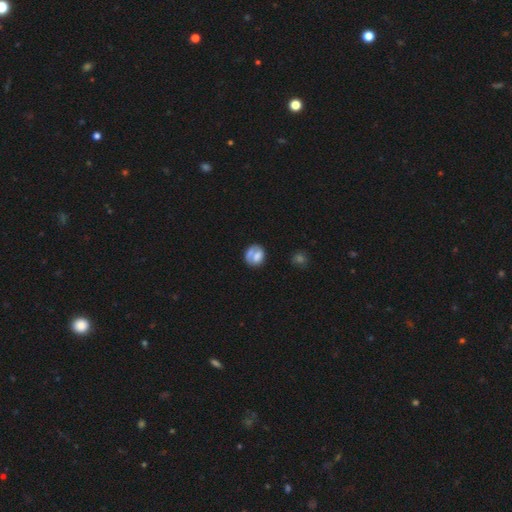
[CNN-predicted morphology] A smooth galaxy with no disk features (63%) that is round (66%). Merging: none (50%).